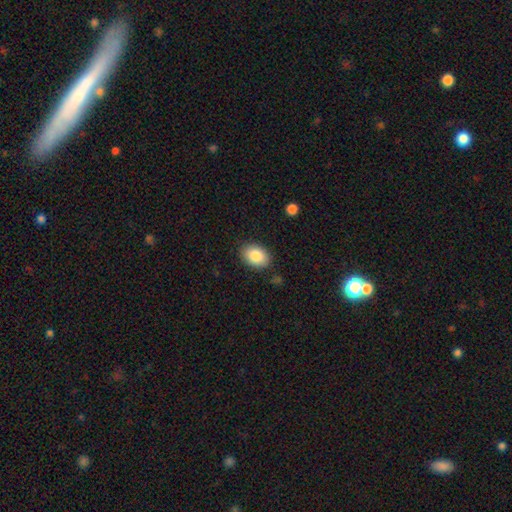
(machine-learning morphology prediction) smooth_or_featured: smooth (p=0.86) [alt: star or artifact p=0.07]
how_rounded: in between (p=0.81) [alt: round p=0.18]
merging: none (p=0.86) [alt: minor disturbance p=0.10]